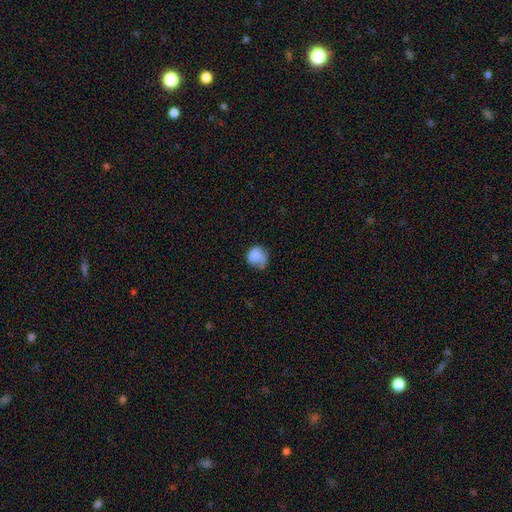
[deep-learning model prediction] Smooth or featured: smooth — 72% (featured or disk — 19%)
How rounded: round — 73% (in between — 26%)
Merging: none — 48% (minor disturbance — 32%)